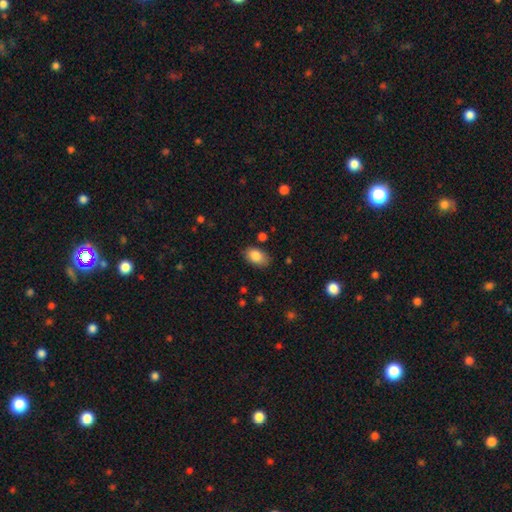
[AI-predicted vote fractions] This appears to be a smooth galaxy with no disk features (85%) that is in between round and cigar-shaped (90%). Merging: none (79%).